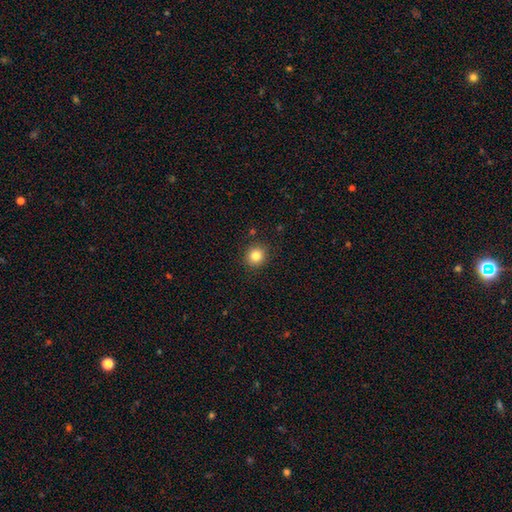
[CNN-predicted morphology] A smooth galaxy with no disk features (82%) that is round (86%).

Vote fractions:
- Smooth or featured? smooth: 82% / star or artifact: 12% / featured or disk: 6%
- How rounded? round: 86% / in between: 13% / cigar-shaped: 1%
- Merging? none: 90% / minor disturbance: 7% / major disturbance: 2% / merger: 1%